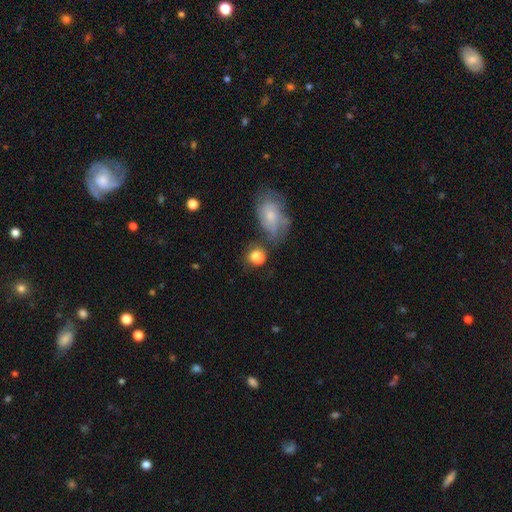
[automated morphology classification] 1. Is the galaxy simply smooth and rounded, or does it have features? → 74% smooth, 16% featured or disk, 10% star or artifact.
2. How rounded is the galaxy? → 54% in between, 45% round, 2% cigar-shaped.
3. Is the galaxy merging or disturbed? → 45% none, 23% merger, 20% minor disturbance, 11% major disturbance.